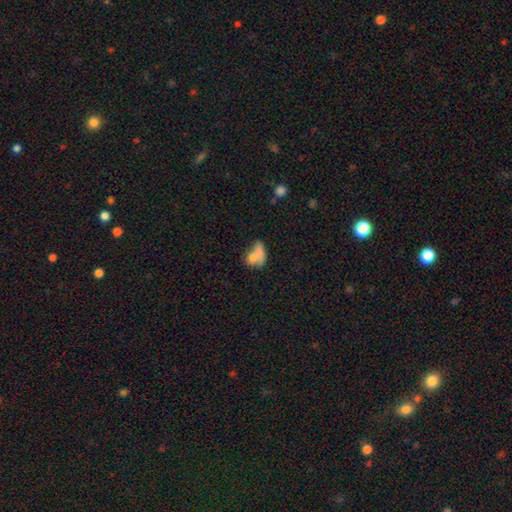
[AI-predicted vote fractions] This is likely a smooth galaxy (70%). How rounded: likely in between (66%). Merging: marginally merger (44%).